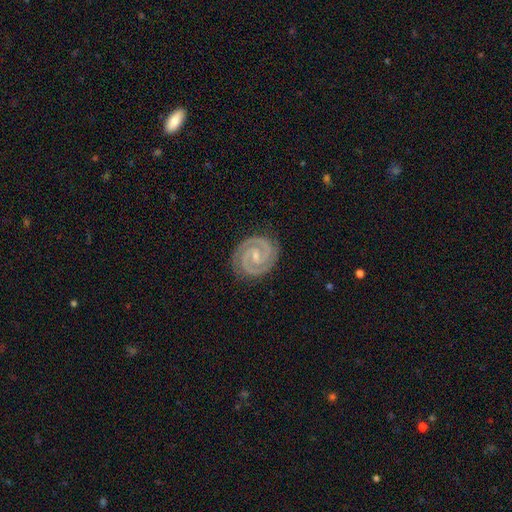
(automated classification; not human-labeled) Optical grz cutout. It shows a featured or disk galaxy (93%) with a weak bar (43%), 2 (93%) tight (73%) spiral arms (99%) and a small central bulge (65%). Merging: none (88%).